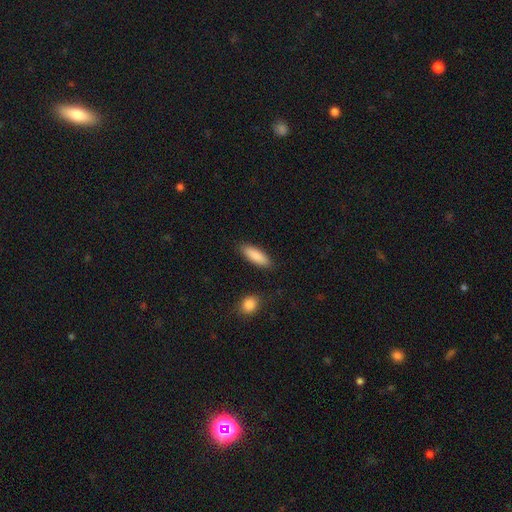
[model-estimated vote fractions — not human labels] Smooth or featured? Predicted: smooth (p=0.88). How rounded? Predicted: in between (p=0.56). Merging? Predicted: none (p=0.87).